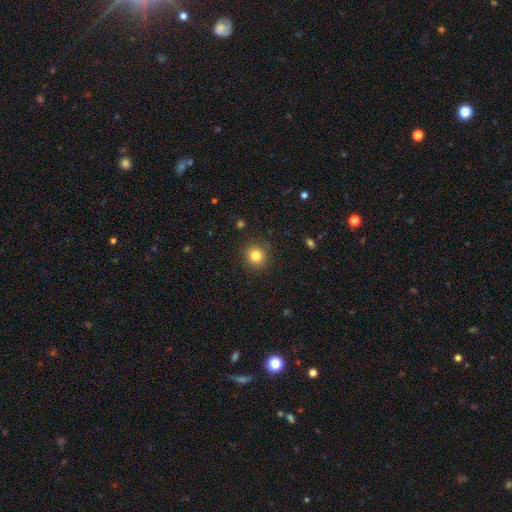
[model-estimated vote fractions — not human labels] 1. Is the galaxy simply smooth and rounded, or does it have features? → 82% smooth, 12% star or artifact, 6% featured or disk.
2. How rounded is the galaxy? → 92% round, 7% in between, 1% cigar-shaped.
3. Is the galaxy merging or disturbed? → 89% none, 7% minor disturbance, 2% major disturbance, 1% merger.